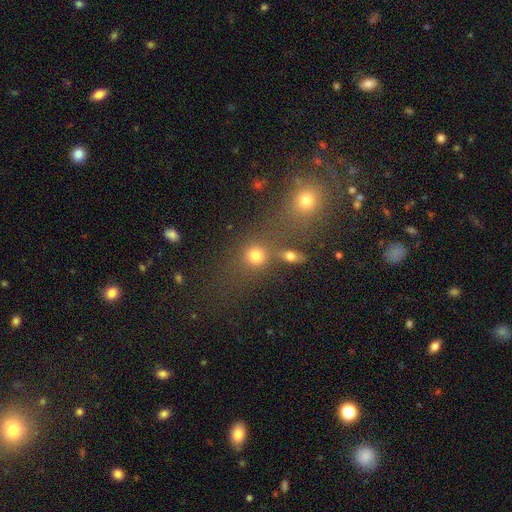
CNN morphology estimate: Smooth or featured? smooth (77%)
How rounded? round (82%)
Merging? none (58%)